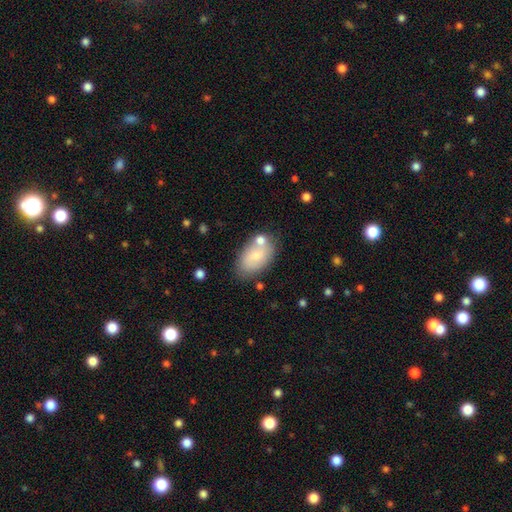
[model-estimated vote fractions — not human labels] Smooth or featured? Predicted: smooth (p=0.73). How rounded? Predicted: in between (p=0.92). Merging? Predicted: none (p=0.65).